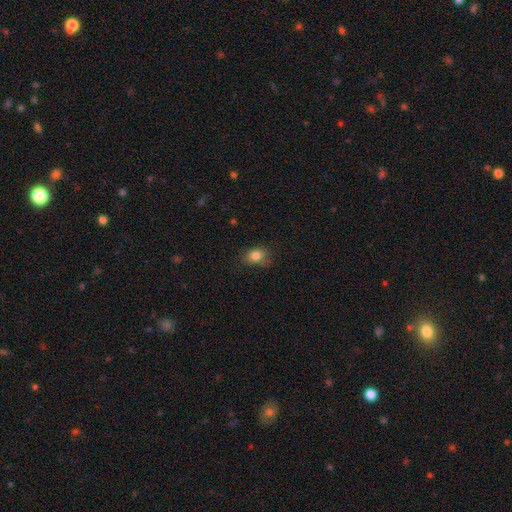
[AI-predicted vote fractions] smooth-or-featured: smooth: 82% | star or artifact: 11% | featured or disk: 7%
  how-rounded: in between: 51% | round: 48% | cigar-shaped: 1%
  merging: none: 70% | minor disturbance: 22% | major disturbance: 6% | merger: 2%